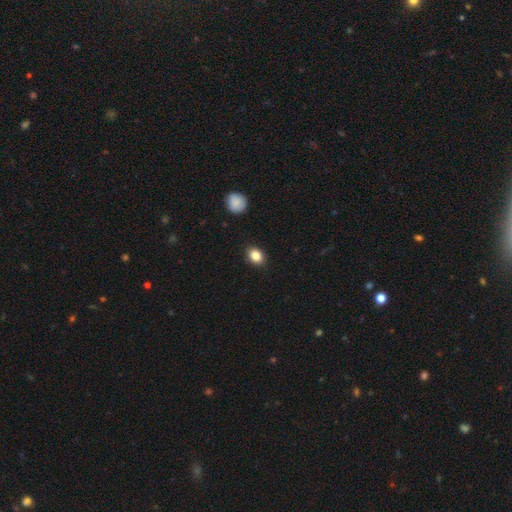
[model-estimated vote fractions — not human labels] Overall: smooth (86%). How rounded: in between (63%; round 35%). Merging: none (88%).